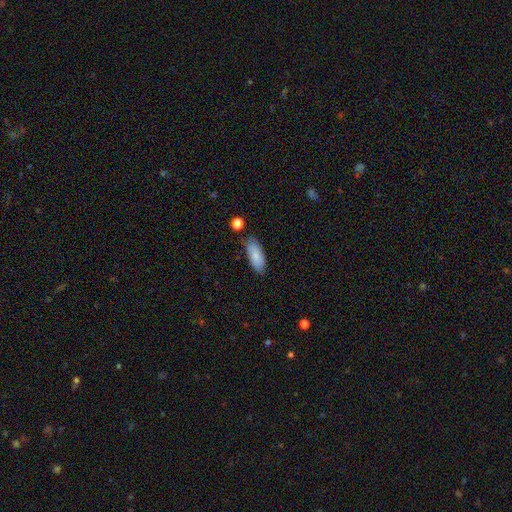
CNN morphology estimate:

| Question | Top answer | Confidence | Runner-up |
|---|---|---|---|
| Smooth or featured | smooth | 80% | featured or disk (14%) |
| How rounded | in between | 83% | cigar-shaped (15%) |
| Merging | none | 79% | minor disturbance (15%) |